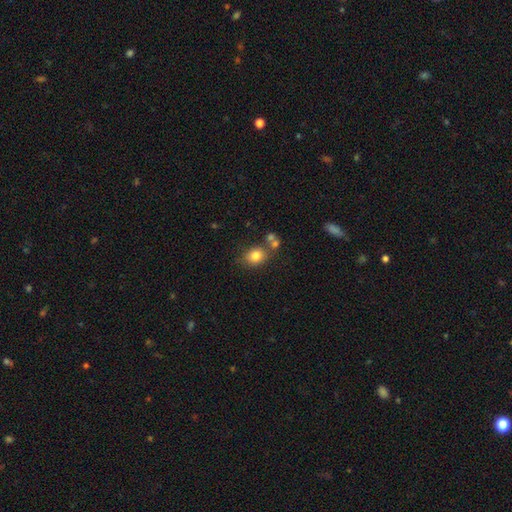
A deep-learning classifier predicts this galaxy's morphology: smooth_or_featured: smooth (p=0.81) [alt: star or artifact p=0.11]
how_rounded: round (p=0.55) [alt: in between p=0.44]
merging: none (p=0.64) [alt: merger p=0.17]